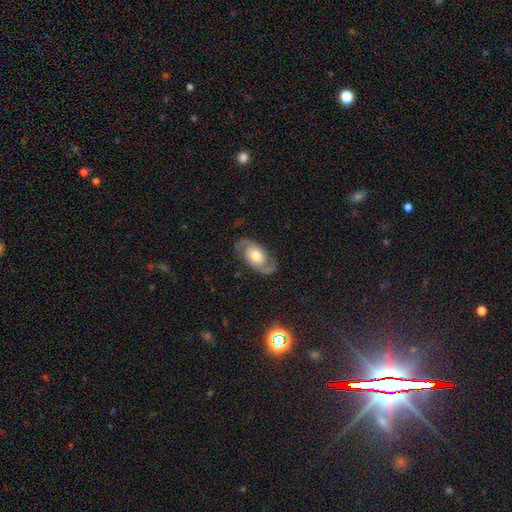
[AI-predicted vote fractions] Smooth or featured? featured or disk (85%)
Edge-on disk? no (97%)
Bar? no (67%)
Spiral arms? yes (96%)
Spiral winding? medium (53%)
Spiral arm count? 2 (93%)
Bulge size? moderate (64%)
Merging? none (82%)